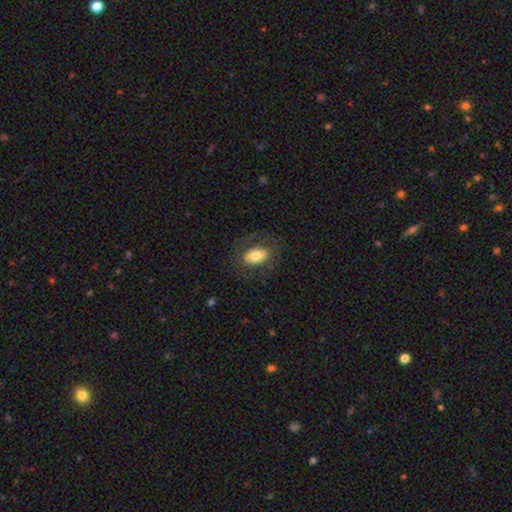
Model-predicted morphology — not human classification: Overall: smooth (68%). How rounded: in between (88%). Merging: none (74%).